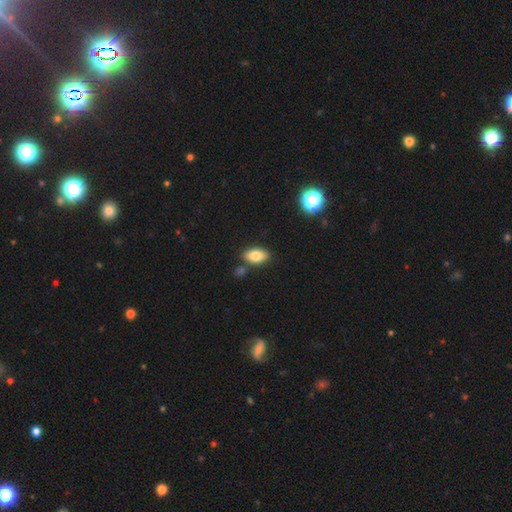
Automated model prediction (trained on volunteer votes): A smooth galaxy with no disk features (80%) that is in between round and cigar-shaped (91%).

Vote fractions:
- Smooth or featured? smooth: 80% / featured or disk: 12% / star or artifact: 8%
- How rounded? in between: 91% / round: 5% / cigar-shaped: 3%
- Merging? none: 78% / minor disturbance: 11% / merger: 8% / major disturbance: 2%